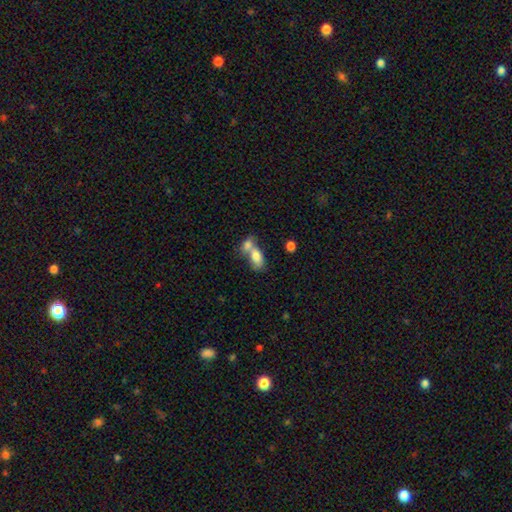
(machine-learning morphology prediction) This appears to be a smooth galaxy with no disk features (78%) that is in between round and cigar-shaped (86%). Merging: merger (68%).